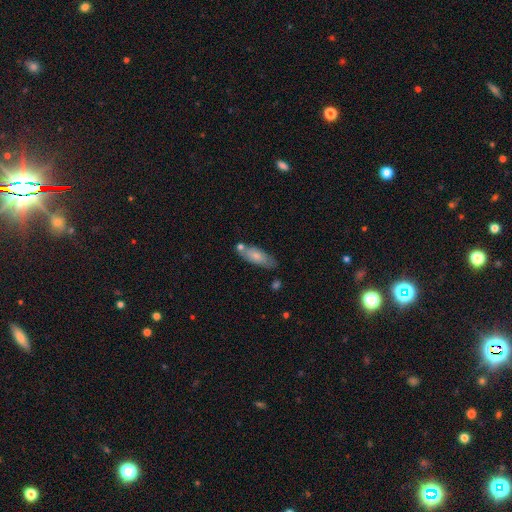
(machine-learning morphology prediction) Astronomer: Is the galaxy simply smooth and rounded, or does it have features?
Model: smooth — 69%.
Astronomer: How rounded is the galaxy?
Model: in between — 65%.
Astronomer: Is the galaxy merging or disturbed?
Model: none — 63%.